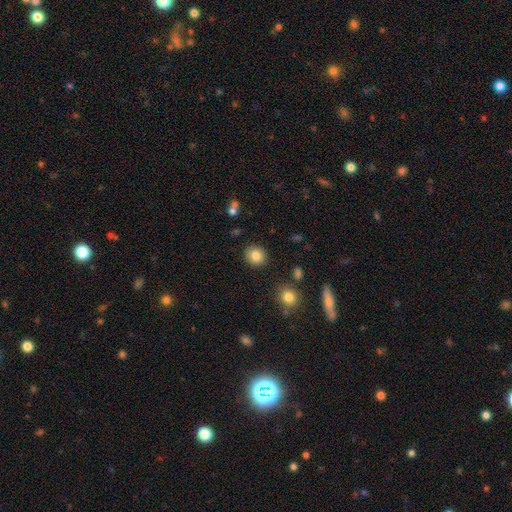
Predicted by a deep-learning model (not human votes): Smooth or featured? Predicted: smooth (p=0.83). How rounded? Predicted: round (p=0.81). Merging? Predicted: none (p=0.89).